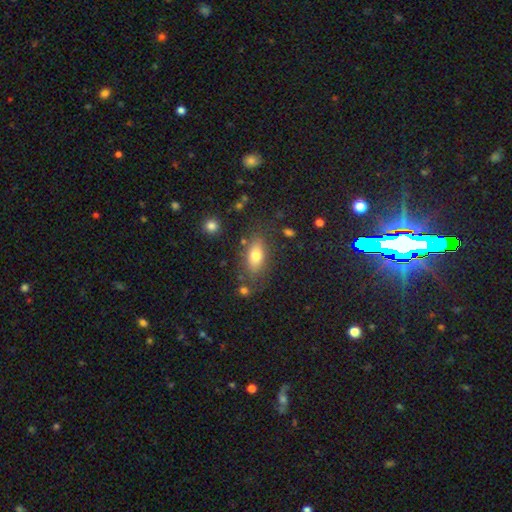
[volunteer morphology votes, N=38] Smooth or featured? 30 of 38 (79%) said smooth. How rounded? 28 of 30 (93%) said in between. Merging? 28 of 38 (74%) said none.